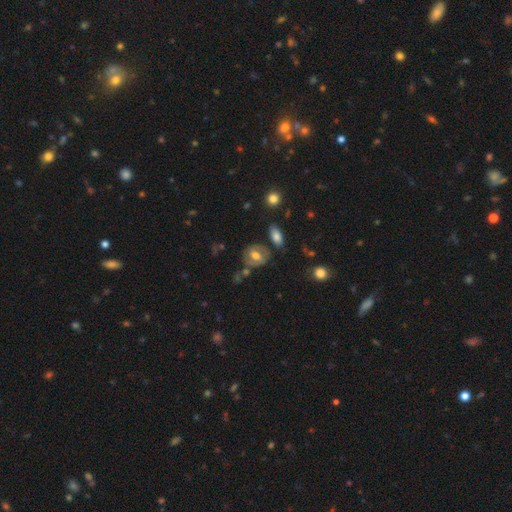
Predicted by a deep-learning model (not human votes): Q: Smooth or featured?
A: smooth (48%); runner-up: featured or disk (44%)
Q: Merging?
A: none (65%); runner-up: minor disturbance (19%)